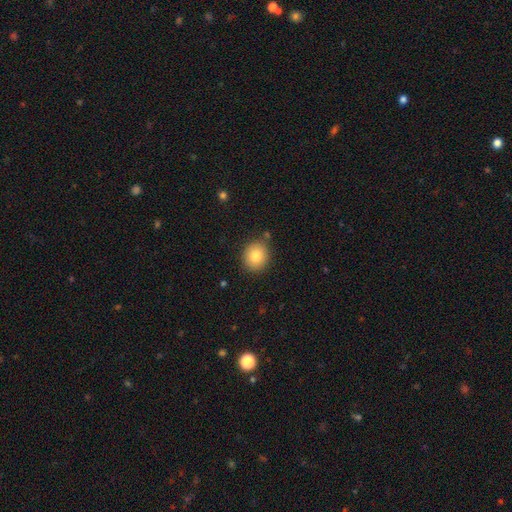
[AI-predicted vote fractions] Smooth or featured: smooth — 80% (star or artifact — 10%)
How rounded: round — 77% (in between — 22%)
Merging: none — 83% (minor disturbance — 11%)